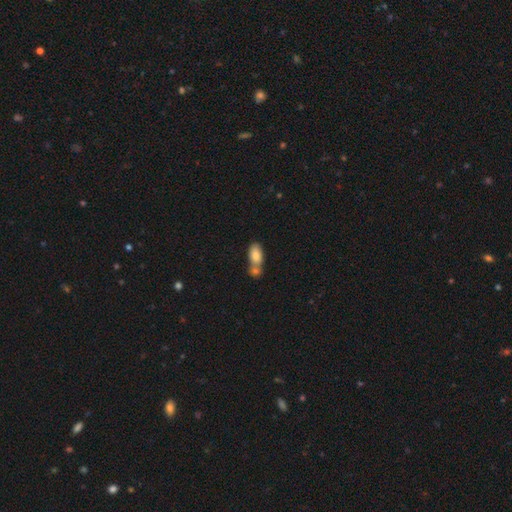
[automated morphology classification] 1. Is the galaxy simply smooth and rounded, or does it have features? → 82% smooth, 11% featured or disk, 7% star or artifact.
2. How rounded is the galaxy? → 89% in between, 6% cigar-shaped, 5% round.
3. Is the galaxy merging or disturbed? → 56% merger, 30% none, 9% minor disturbance, 4% major disturbance.